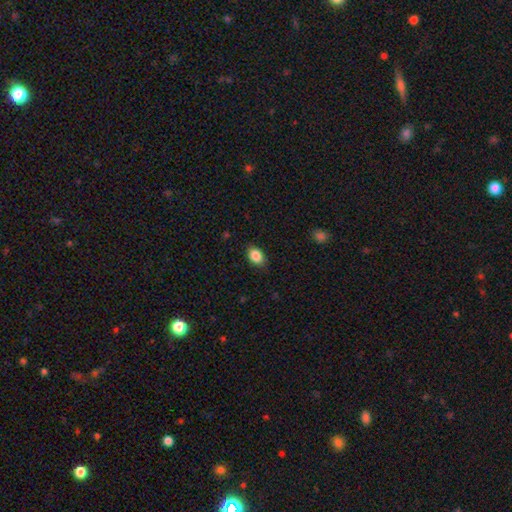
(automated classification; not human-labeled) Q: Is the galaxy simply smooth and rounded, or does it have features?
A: smooth — 87%.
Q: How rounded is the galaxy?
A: in between — 78%.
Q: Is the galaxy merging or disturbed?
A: none — 85%.